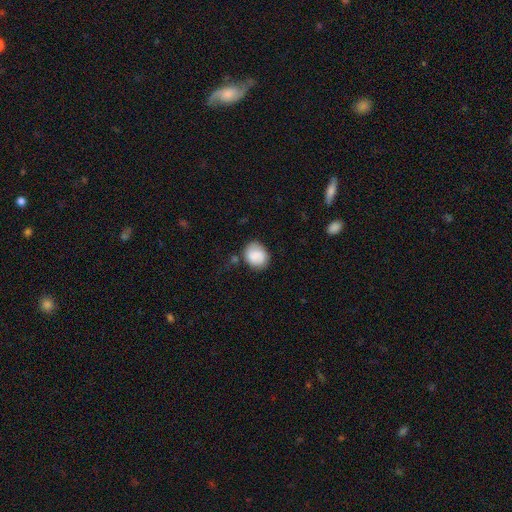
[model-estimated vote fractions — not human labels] Smooth or featured: smooth — 78% (featured or disk — 15%)
How rounded: round — 65% (in between — 34%)
Merging: none — 72% (minor disturbance — 19%)